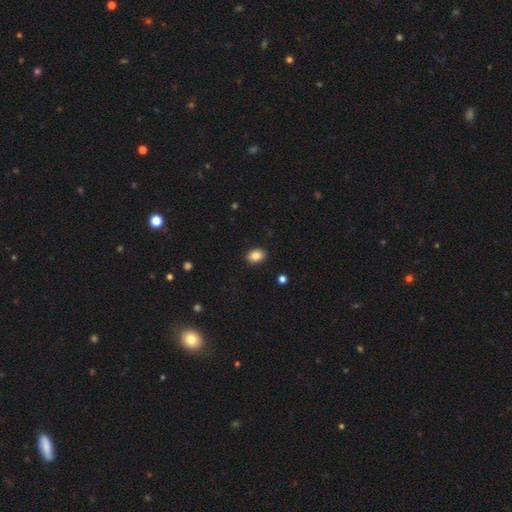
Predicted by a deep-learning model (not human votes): smooth_or_featured: smooth (p=0.87) [alt: star or artifact p=0.08]
how_rounded: in between (p=0.77) [alt: round p=0.22]
merging: none (p=0.90) [alt: minor disturbance p=0.07]